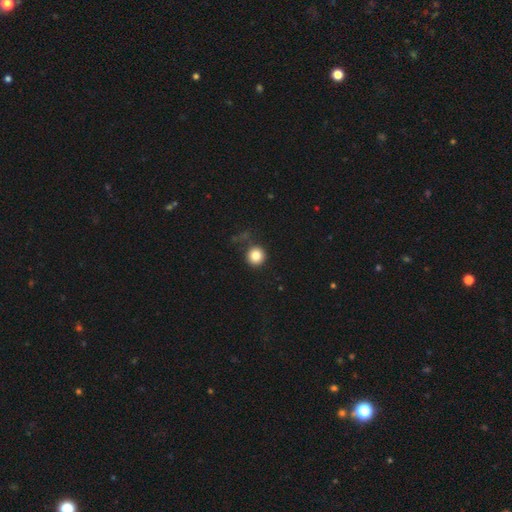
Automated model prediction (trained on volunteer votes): A smooth galaxy with no disk features (84%) that is round (93%).

Vote fractions:
- Smooth or featured? smooth: 84% / star or artifact: 10% / featured or disk: 6%
- How rounded? round: 93% / in between: 6% / cigar-shaped: 1%
- Merging? none: 79% / minor disturbance: 12% / major disturbance: 6% / merger: 3%